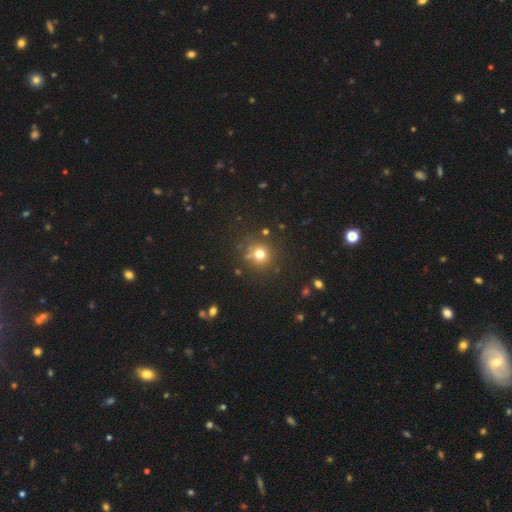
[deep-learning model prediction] Smooth or featured? smooth (63%)
How rounded? round (92%)
Merging? none (86%)